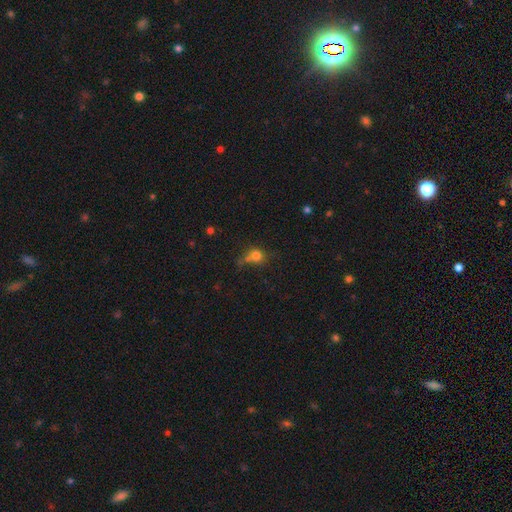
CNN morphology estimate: The model was most divided on "merging": none: 47%, minor disturbance: 21%, merger: 20%, major disturbance: 12%. More confident: smooth or featured — smooth (75%); how rounded — round (71%).